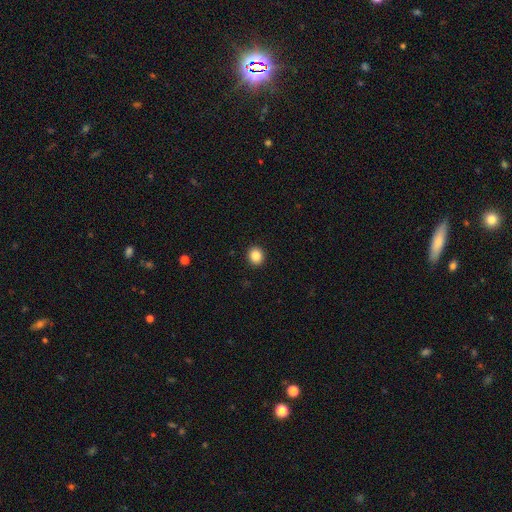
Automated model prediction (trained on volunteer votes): Overall: smooth (86%). How rounded: round (84%). Merging: none (93%).